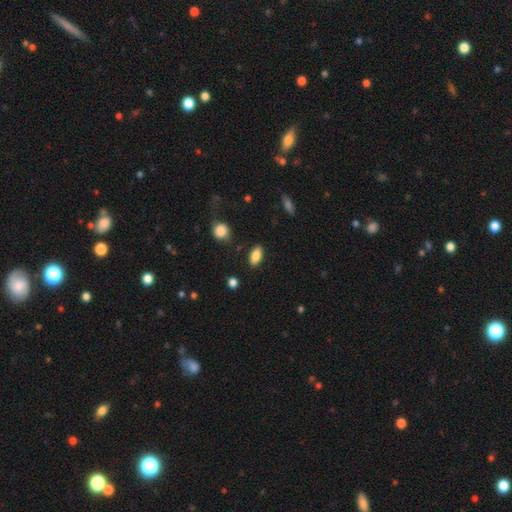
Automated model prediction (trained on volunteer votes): The model was most divided on "merging": none: 86%, minor disturbance: 10%, major disturbance: 3%, merger: 2%. More confident: how rounded — in between (88%); smooth or featured — smooth (85%).